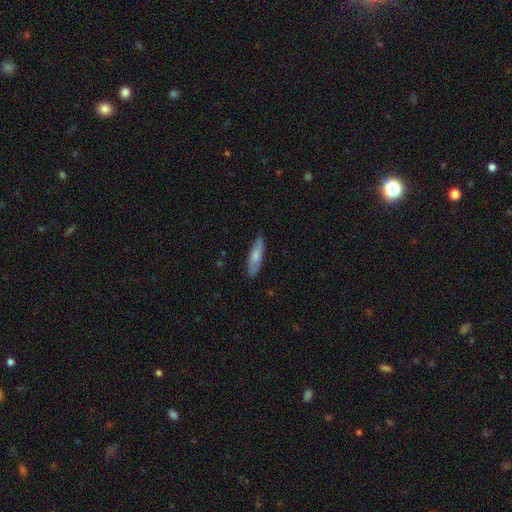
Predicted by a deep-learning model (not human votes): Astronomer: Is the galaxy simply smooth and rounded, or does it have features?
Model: smooth — 69%.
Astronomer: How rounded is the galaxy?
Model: cigar-shaped — 64%.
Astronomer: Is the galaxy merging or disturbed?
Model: none — 83%.